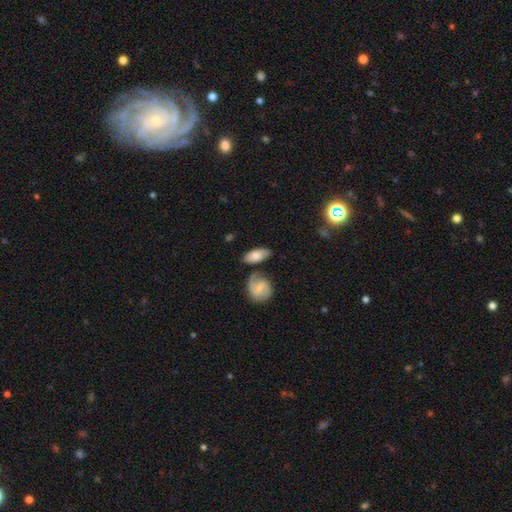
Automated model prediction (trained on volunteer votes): This appears to be a smooth galaxy with no disk features (60%) that is in between round and cigar-shaped (85%). Merging: none (58%).